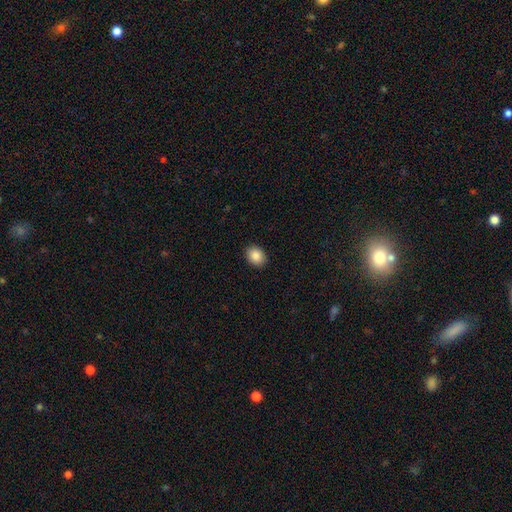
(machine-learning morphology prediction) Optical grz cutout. It shows a smooth galaxy with no disk features (88%) that is in between round and cigar-shaped (59%). Merging: none (90%).